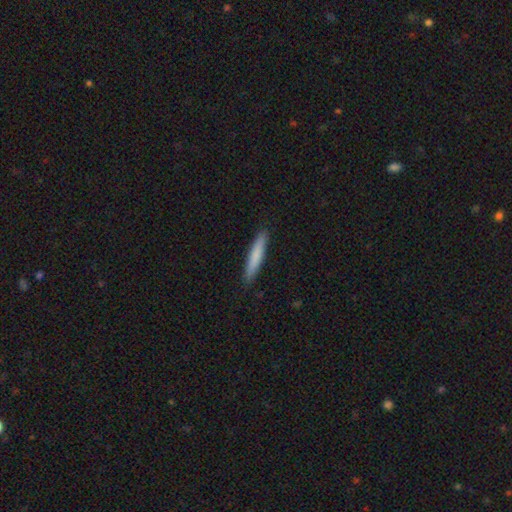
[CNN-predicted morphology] This appears to be a smooth galaxy with no disk features (79%) that is cigar-shaped (93%). Merging: none (91%).